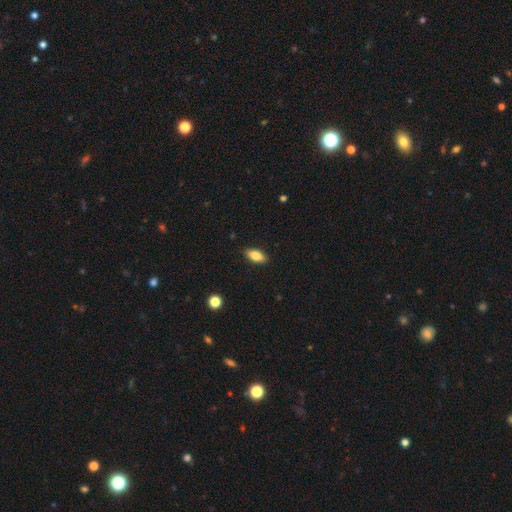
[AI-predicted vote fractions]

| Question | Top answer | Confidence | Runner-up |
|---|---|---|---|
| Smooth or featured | smooth | 82% | featured or disk (11%) |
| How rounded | in between | 88% | cigar-shaped (9%) |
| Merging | none | 89% | minor disturbance (8%) |